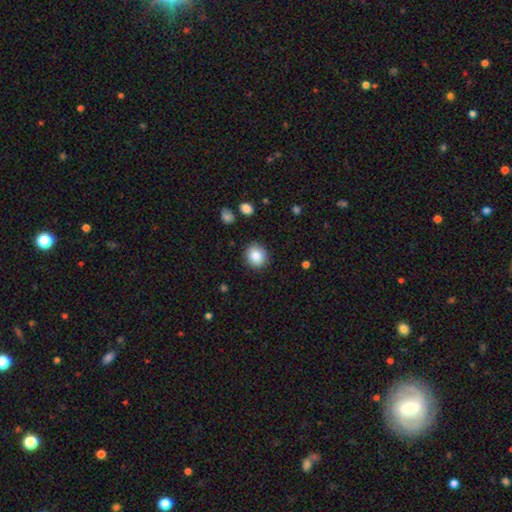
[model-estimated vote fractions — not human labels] Q: Smooth or featured?
A: smooth (85%); runner-up: star or artifact (9%)
Q: How rounded?
A: round (78%); runner-up: in between (21%)
Q: Merging?
A: none (88%); runner-up: minor disturbance (8%)